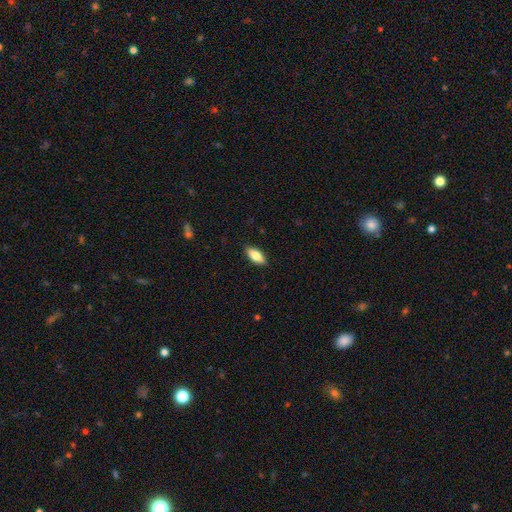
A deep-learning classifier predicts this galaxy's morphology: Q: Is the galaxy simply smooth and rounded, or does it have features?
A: smooth — 70%.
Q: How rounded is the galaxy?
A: in between — 76%.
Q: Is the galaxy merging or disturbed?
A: none — 88%.